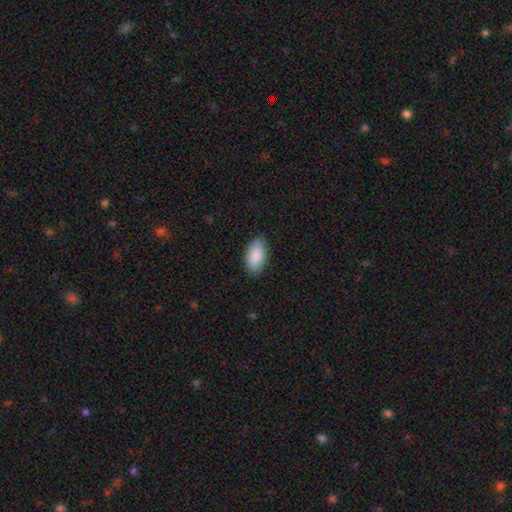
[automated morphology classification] The model was most divided on "merging": none: 84%, minor disturbance: 13%, major disturbance: 2%, merger: 1%. More confident: how rounded — in between (95%); smooth or featured — smooth (90%).